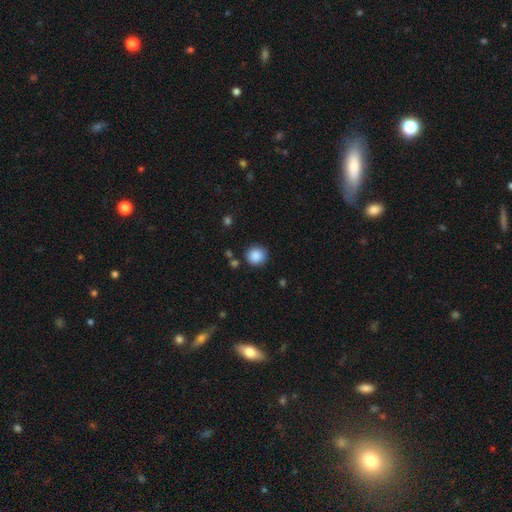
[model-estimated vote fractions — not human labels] Smooth or featured? Predicted: smooth (p=0.88). How rounded? Predicted: round (p=0.92). Merging? Predicted: none (p=0.87).